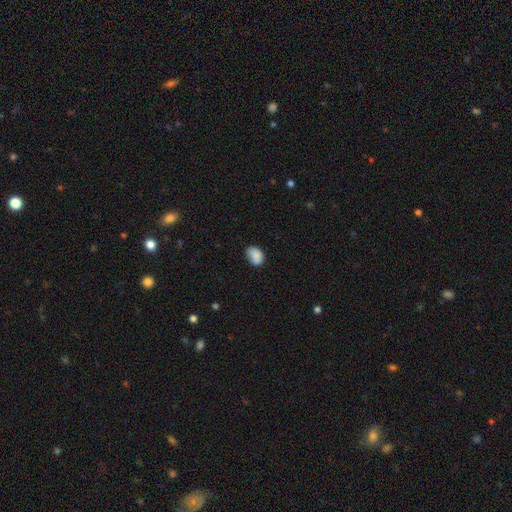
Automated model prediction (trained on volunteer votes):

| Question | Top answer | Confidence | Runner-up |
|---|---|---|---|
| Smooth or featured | smooth | 85% | star or artifact (8%) |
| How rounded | in between | 74% | round (25%) |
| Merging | none | 65% | minor disturbance (26%) |